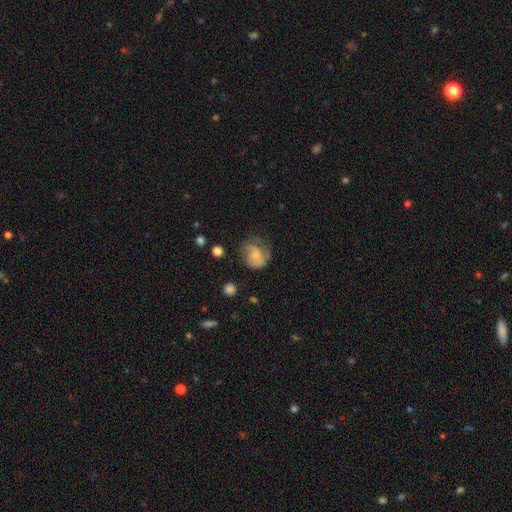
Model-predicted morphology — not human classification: The model was most divided on "smooth or featured": featured or disk: 54%, smooth: 38%, star or artifact: 8%. More confident: edge-on disk — no (98%); spiral arms — yes (82%); bar — no (74%); bulge size — small (54%); merging — none (50%).